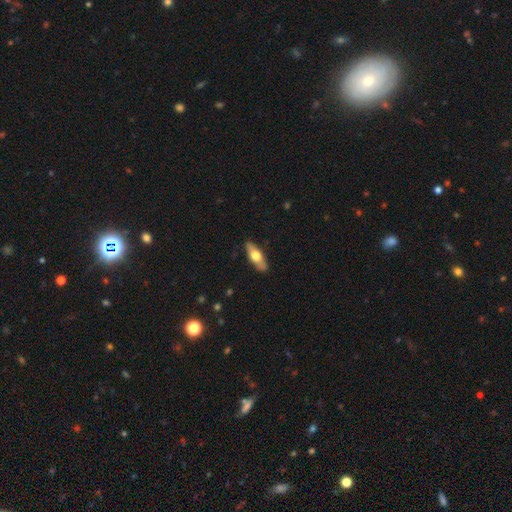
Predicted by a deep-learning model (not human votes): smooth-or-featured: smooth: 52% | featured or disk: 42% | star or artifact: 5%
  how-rounded: in between: 58% | cigar-shaped: 39% | round: 3%
  merging: none: 88% | minor disturbance: 9% | major disturbance: 2% | merger: 1%